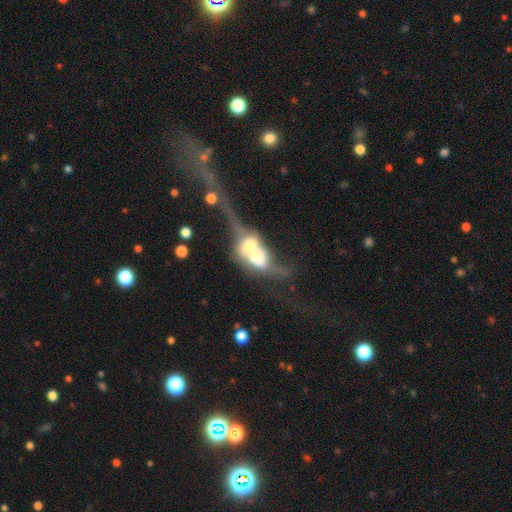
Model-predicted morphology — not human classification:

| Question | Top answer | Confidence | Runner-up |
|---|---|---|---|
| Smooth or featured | featured or disk | 49% | smooth (41%) |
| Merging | merger | 71% | major disturbance (16%) |